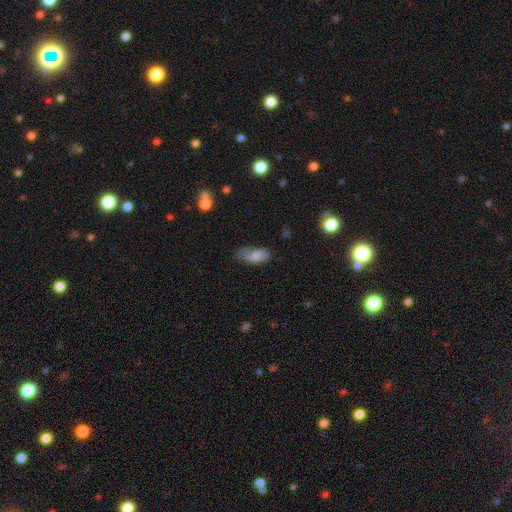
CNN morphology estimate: Q: Smooth or featured?
A: smooth (75%); runner-up: featured or disk (18%)
Q: How rounded?
A: in between (85%); runner-up: cigar-shaped (12%)
Q: Merging?
A: none (58%); runner-up: minor disturbance (31%)